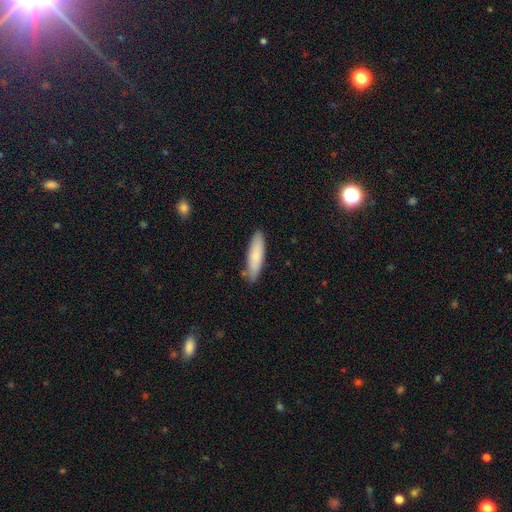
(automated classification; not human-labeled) smooth 81%, featured or disk 14%, star or artifact 6%. Down the decision tree: how rounded — cigar-shaped (66%); merging — none (84%).